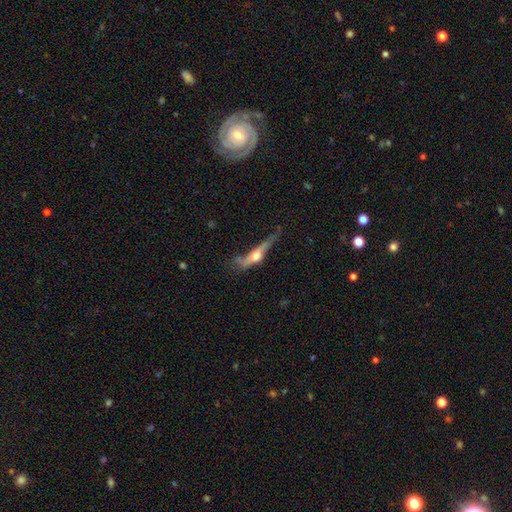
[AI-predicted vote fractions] smooth_or_featured: featured or disk (p=0.57) [alt: smooth p=0.35]
disk_edge_on: yes (p=0.73) [alt: no p=0.27]
merging: none (p=0.35) [alt: major disturbance p=0.29]